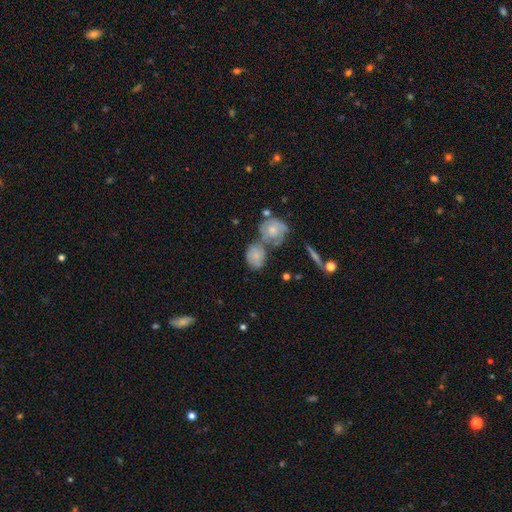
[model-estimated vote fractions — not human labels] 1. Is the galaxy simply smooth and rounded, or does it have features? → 54% smooth, 37% featured or disk, 9% star or artifact.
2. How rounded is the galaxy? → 56% in between, 42% round, 2% cigar-shaped.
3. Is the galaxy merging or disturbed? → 41% merger, 35% none, 16% minor disturbance, 8% major disturbance.